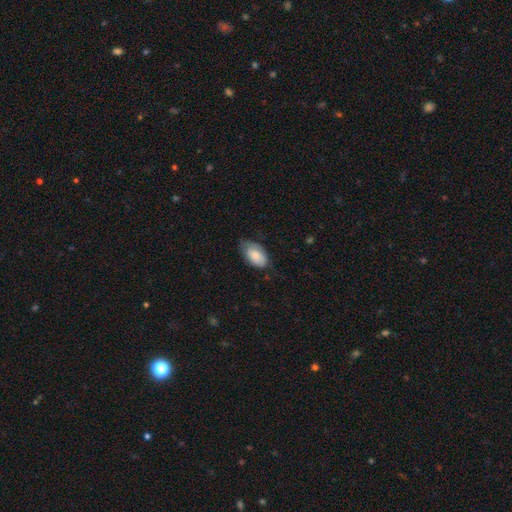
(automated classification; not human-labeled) Morphology: type=smooth (81%); roundness=in between (94%); merging=none (53%).